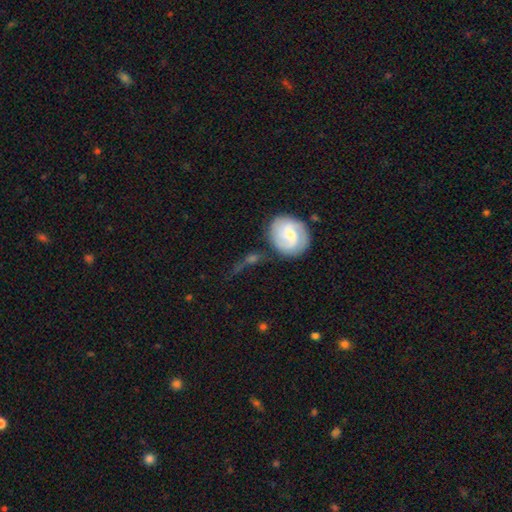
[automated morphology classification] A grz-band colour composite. It shows a smooth galaxy with no disk features (53%) that is round (71%). Merging: none (73%).